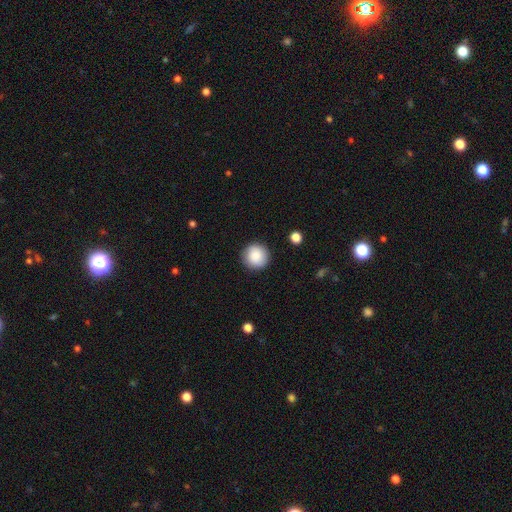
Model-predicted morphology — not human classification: This is clearly a smooth galaxy (87%). How rounded: clearly round (95%). Merging: clearly none (91%).